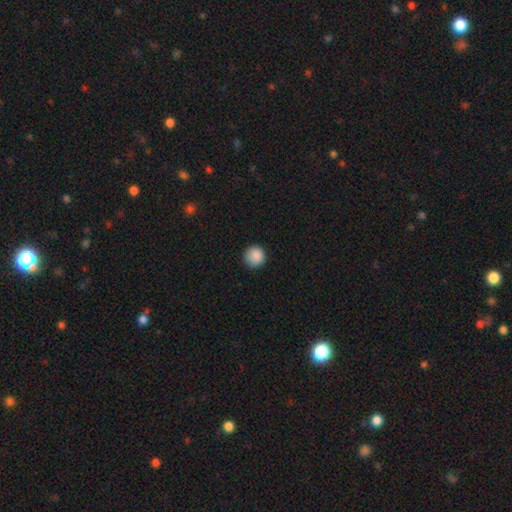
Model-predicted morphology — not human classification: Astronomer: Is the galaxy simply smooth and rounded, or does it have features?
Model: smooth — 88%.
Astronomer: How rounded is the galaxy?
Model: round — 95%.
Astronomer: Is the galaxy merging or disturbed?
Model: none — 90%.